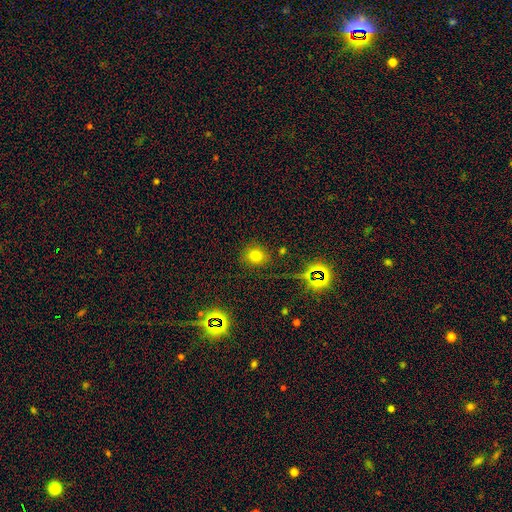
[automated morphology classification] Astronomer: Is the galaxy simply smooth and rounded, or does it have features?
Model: smooth — 71%.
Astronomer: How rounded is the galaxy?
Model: round — 73%.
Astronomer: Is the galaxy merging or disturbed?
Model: none — 81%.